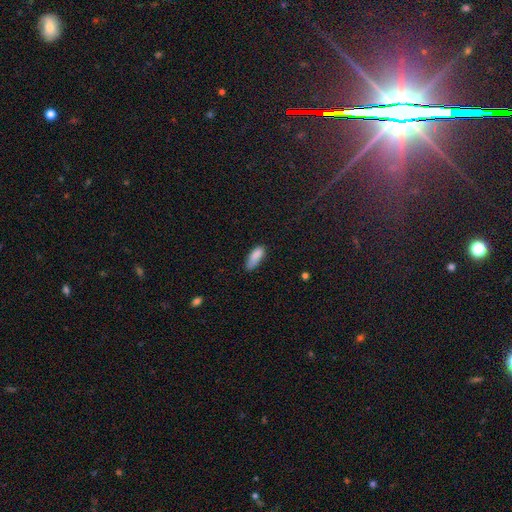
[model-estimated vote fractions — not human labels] A smooth galaxy with no disk features (86%) that is in between round and cigar-shaped (74%).

Vote fractions:
- Smooth or featured? smooth: 86% / star or artifact: 8% / featured or disk: 6%
- How rounded? in between: 74% / cigar-shaped: 24% / round: 2%
- Merging? none: 57% / minor disturbance: 32% / major disturbance: 8% / merger: 3%